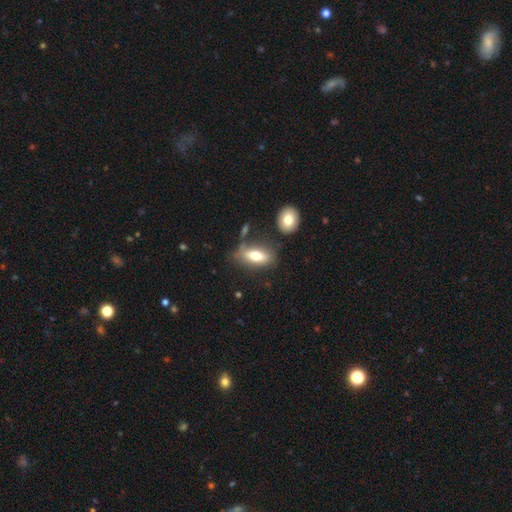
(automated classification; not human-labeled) smooth_or_featured: smooth (p=0.65) [alt: featured or disk p=0.27]
how_rounded: in between (p=0.78) [alt: cigar-shaped p=0.18]
merging: none (p=0.65) [alt: minor disturbance p=0.18]